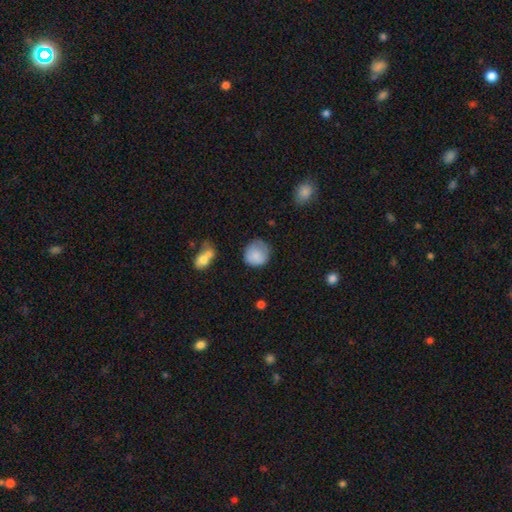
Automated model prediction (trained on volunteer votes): This is clearly a smooth galaxy (83%). How rounded: clearly round (86%). Merging: likely none (62%).